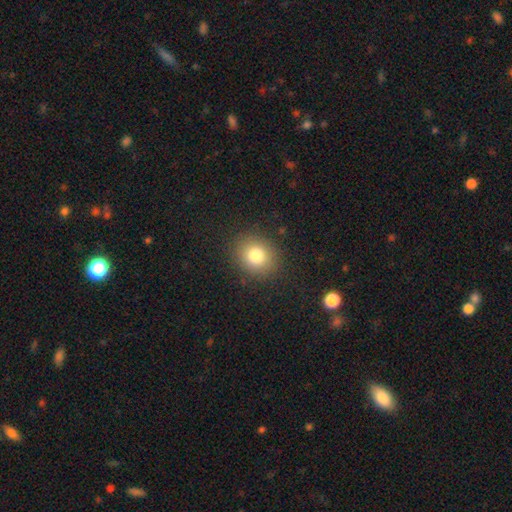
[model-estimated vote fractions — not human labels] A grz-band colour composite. It shows a smooth galaxy with no disk features (79%) that is round (73%). Merging: none (88%).